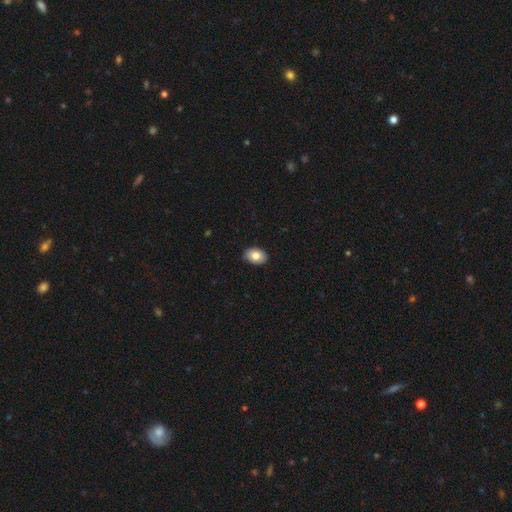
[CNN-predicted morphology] Smooth or featured? Predicted: smooth (p=0.83). How rounded? Predicted: in between (p=0.82). Merging? Predicted: none (p=0.89).